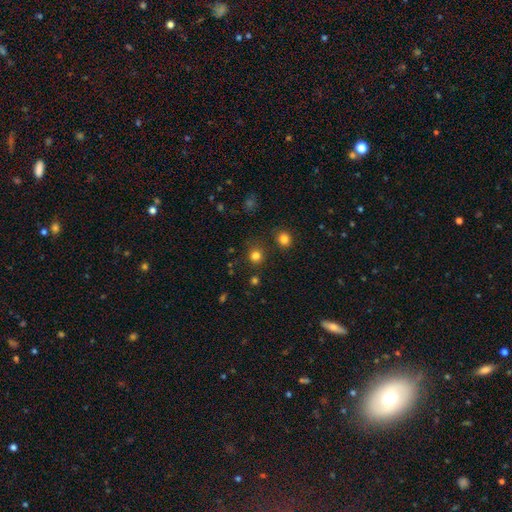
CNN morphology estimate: This appears to be a smooth galaxy with no disk features (80%) that is round (91%). Merging: none (85%).